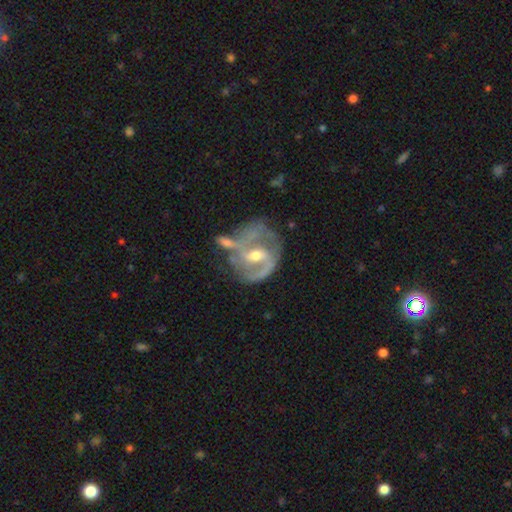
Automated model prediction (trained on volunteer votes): Smooth or featured?
  - featured or disk: 83% *
  - smooth: 11%
  - star or artifact: 6%
Edge-on disk?
  - no: 97% *
  - yes: 3%
Bar?
  - weak: 49% *
  - strong: 28%
  - no: 23%
Spiral arms?
  - yes: 87% *
  - no: 13%
Spiral winding?
  - medium: 50% *
  - tight: 26%
  - loose: 24%
Spiral arm count?
  - 2: 69% *
  - can't tell: 13%
  - 1: 9%
  - 3: 6%
  - 4: 2%
  - more than 4: 2%
Bulge size?
  - moderate: 65% *
  - small: 29%
  - large: 3%
  - none: 1%
  - dominant: 1%
Merging?
  - none: 44% *
  - minor disturbance: 22%
  - major disturbance: 17%
  - merger: 16%